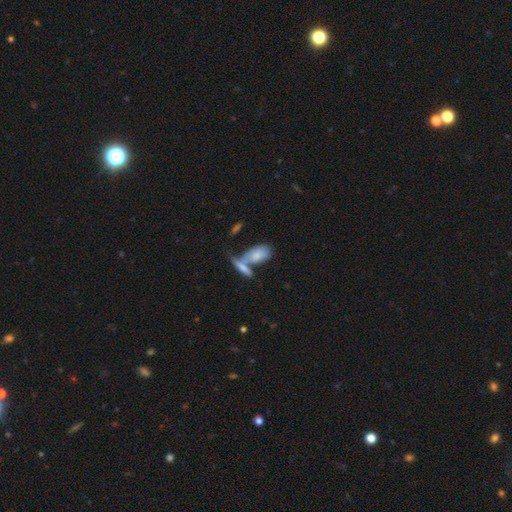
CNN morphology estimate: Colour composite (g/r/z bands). It shows a smooth galaxy with no disk features (70%) that is in between round and cigar-shaped (83%). Merging: merger (51%).